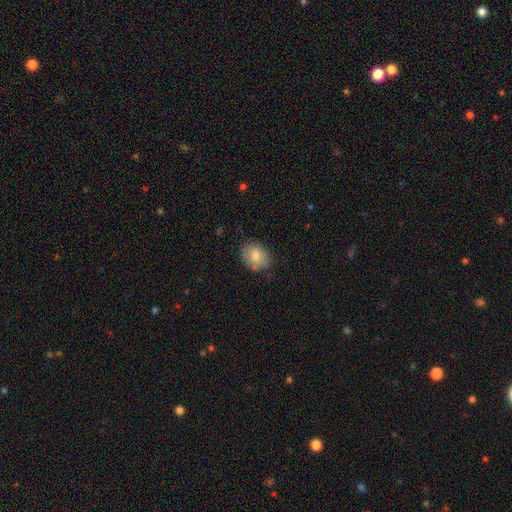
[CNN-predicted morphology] This is likely a smooth galaxy (80%). How rounded: likely in between (65%). Merging: likely none (78%).